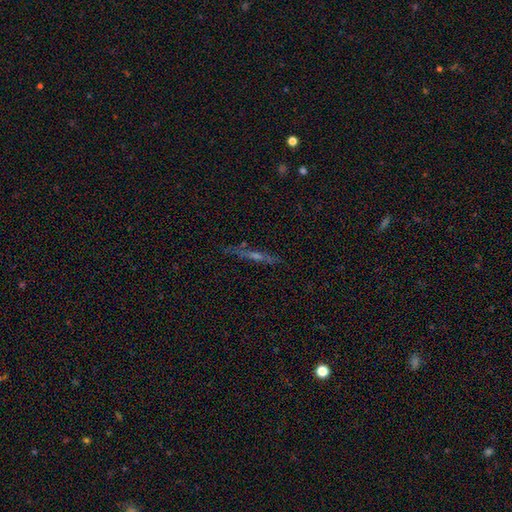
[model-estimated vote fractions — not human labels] Overall: featured or disk (61%; smooth 23%). Edge-on disk: yes (89%). Edge-on bulge: rounded (60%; none 31%). Merging: none (81%).